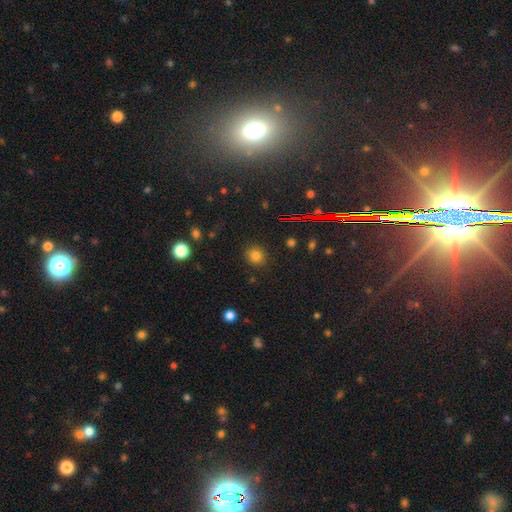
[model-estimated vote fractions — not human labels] smooth 79%, star or artifact 16%, featured or disk 5%. Down the decision tree: how rounded — round (87%); merging — none (88%).